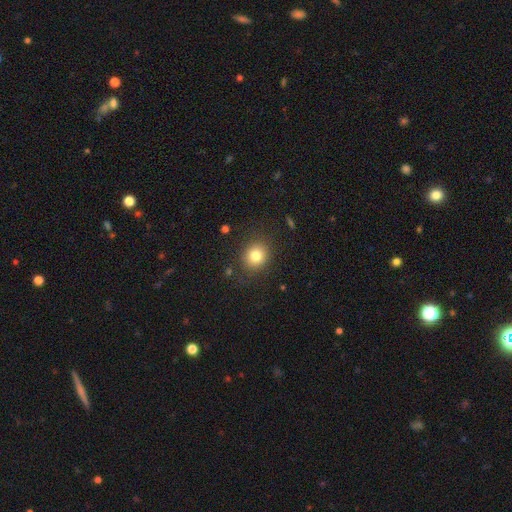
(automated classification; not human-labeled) Overall: smooth (80%). How rounded: round (78%). Merging: none (86%).